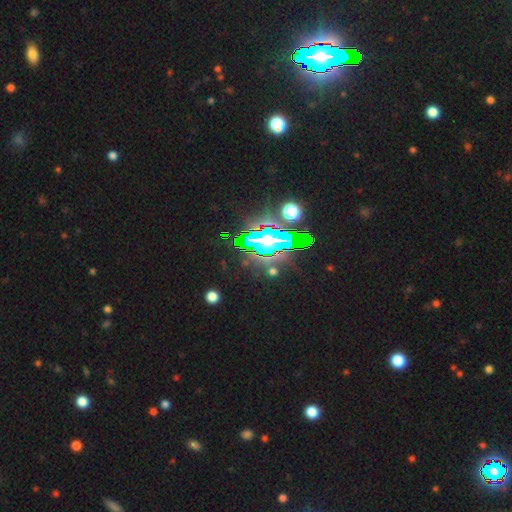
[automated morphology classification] Overall: star or artifact (73%).